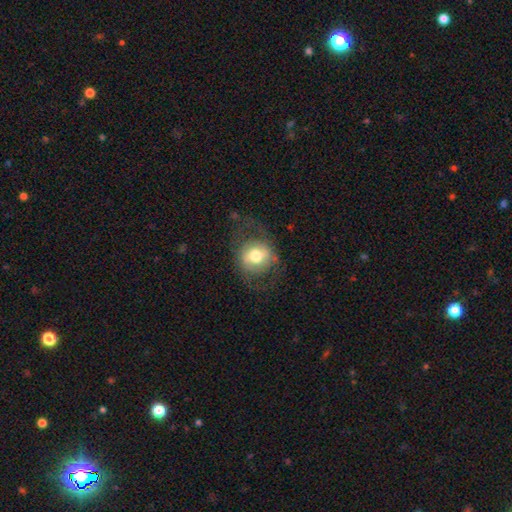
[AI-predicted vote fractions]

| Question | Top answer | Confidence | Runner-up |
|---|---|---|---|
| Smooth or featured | smooth | 56% | featured or disk (36%) |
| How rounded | round | 75% | in between (24%) |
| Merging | none | 62% | major disturbance (19%) |